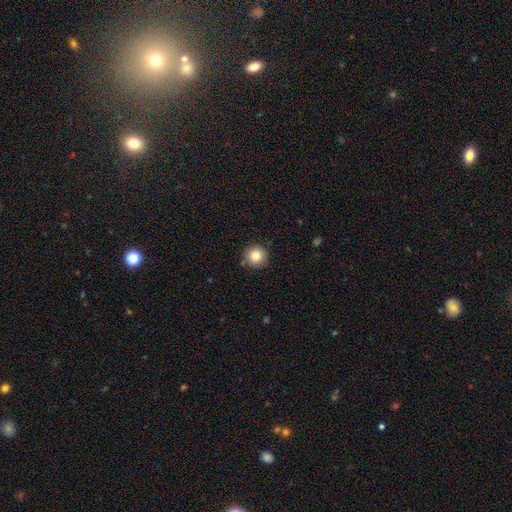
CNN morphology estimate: The model was most divided on "smooth or featured": smooth: 83%, star or artifact: 10%, featured or disk: 7%. More confident: how rounded — round (96%); merging — none (88%).